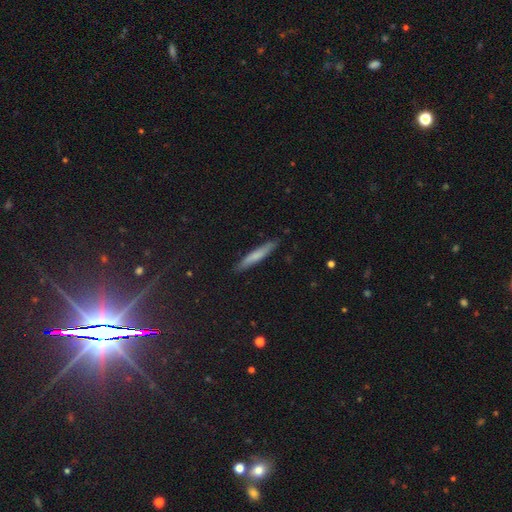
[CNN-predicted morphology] Smooth or featured?
  - smooth: 65% *
  - featured or disk: 27%
  - star or artifact: 8%
How rounded?
  - cigar-shaped: 94% *
  - in between: 5%
  - round: 1%
Merging?
  - none: 89% *
  - minor disturbance: 8%
  - major disturbance: 2%
  - merger: 1%